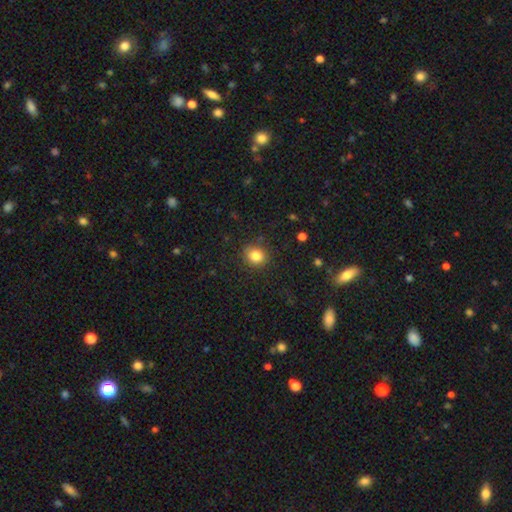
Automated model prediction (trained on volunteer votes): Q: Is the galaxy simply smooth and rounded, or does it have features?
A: smooth — 83%.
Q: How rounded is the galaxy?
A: round — 81%.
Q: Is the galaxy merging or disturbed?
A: none — 87%.